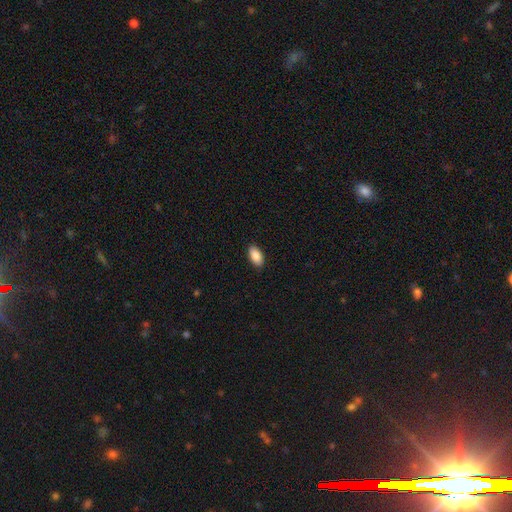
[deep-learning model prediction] A smooth galaxy with no disk features (89%) that is in between round and cigar-shaped (94%). Merging: none (89%).